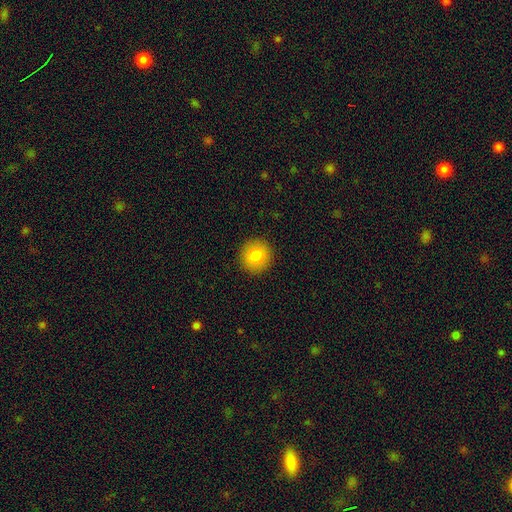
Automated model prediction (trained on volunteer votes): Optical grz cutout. It shows a smooth galaxy with no disk features (81%) that is round (93%). Merging: none (92%).